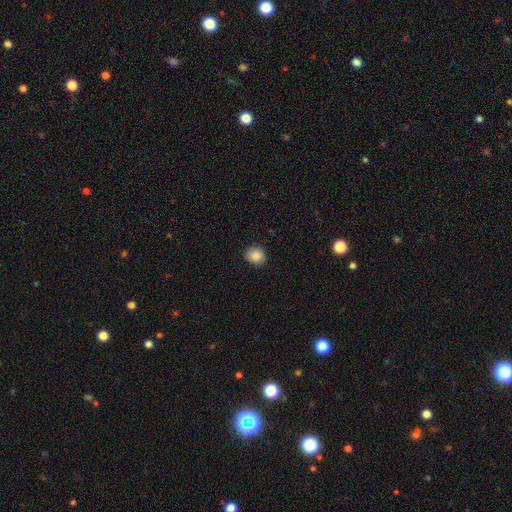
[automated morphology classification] This appears to be a smooth galaxy with no disk features (88%) that is round (77%). Merging: none (89%).